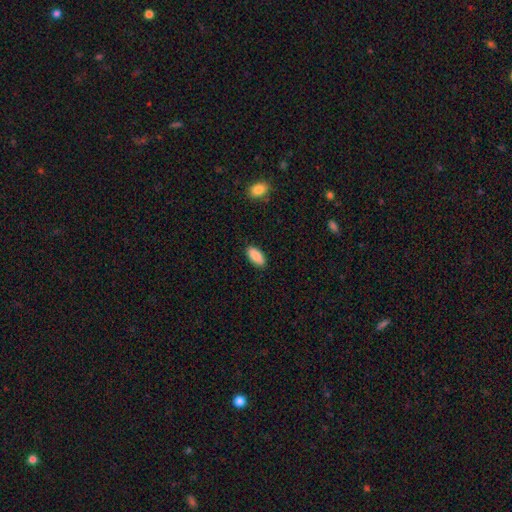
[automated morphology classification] Overall: smooth (89%). How rounded: in between (90%). Merging: none (88%).